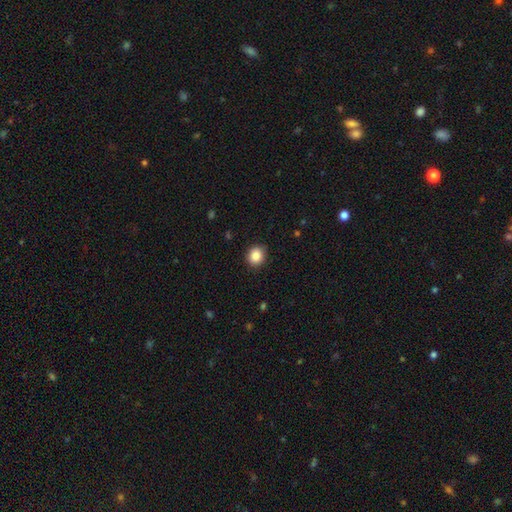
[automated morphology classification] smooth_or_featured: smooth (p=0.87) [alt: star or artifact p=0.09]
how_rounded: round (p=0.74) [alt: in between p=0.25]
merging: none (p=0.88) [alt: minor disturbance p=0.09]